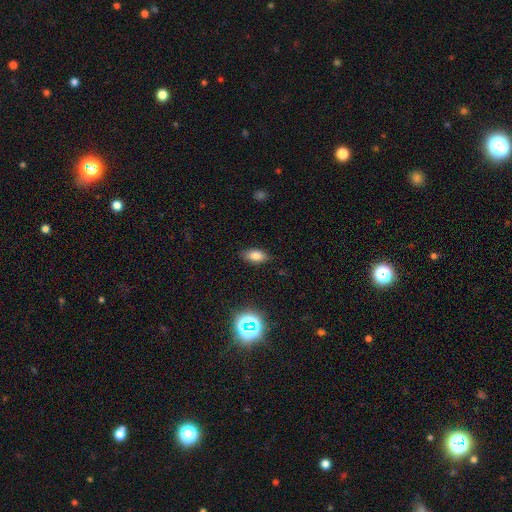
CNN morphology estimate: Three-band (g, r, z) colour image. It shows a smooth galaxy with no disk features (78%) that is in between round and cigar-shaped (86%). Merging: none (85%).